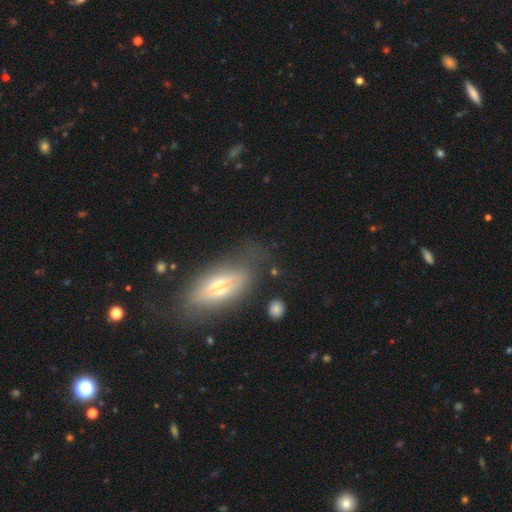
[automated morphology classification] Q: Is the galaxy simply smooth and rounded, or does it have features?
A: smooth — 45%.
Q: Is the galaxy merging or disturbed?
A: none — 72%.